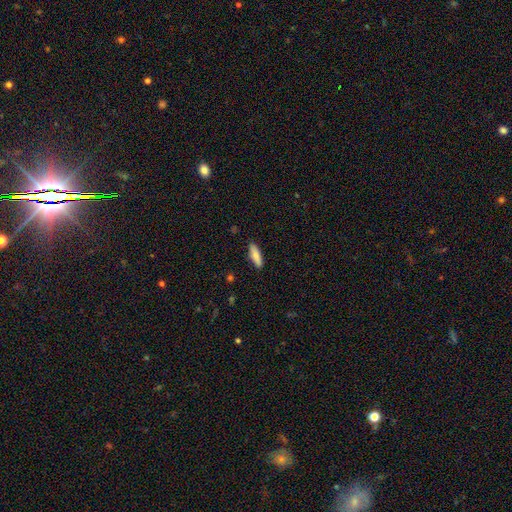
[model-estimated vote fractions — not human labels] Smooth or featured? smooth (81%)
How rounded? cigar-shaped (53%)
Merging? none (88%)